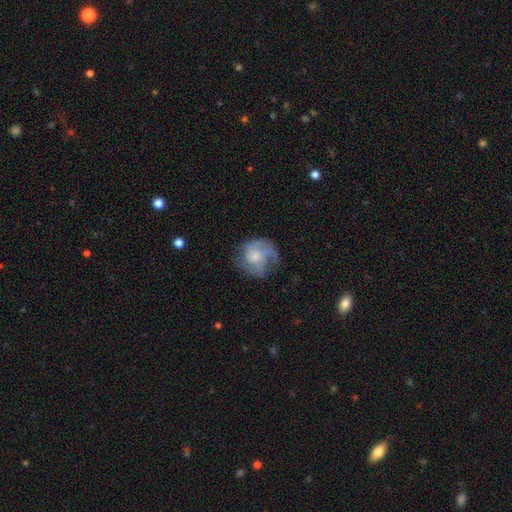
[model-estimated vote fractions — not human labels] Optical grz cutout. It shows a featured or disk galaxy (58%) with no bar (74%), spiral arms (75%) and a moderate central bulge (41%). Merging: none (49%).